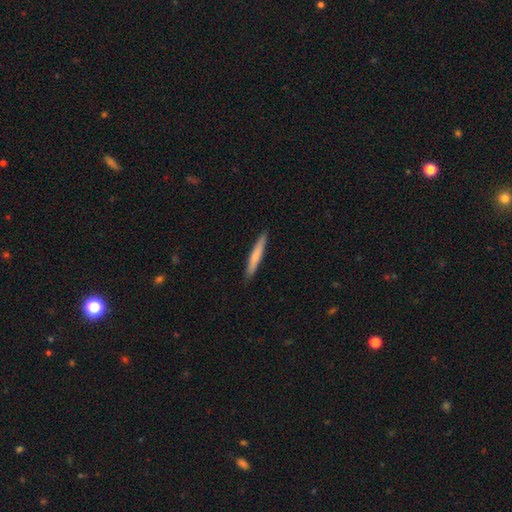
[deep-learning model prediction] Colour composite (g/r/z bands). It shows a smooth galaxy with no disk features (72%) that is cigar-shaped (96%). Merging: none (91%).